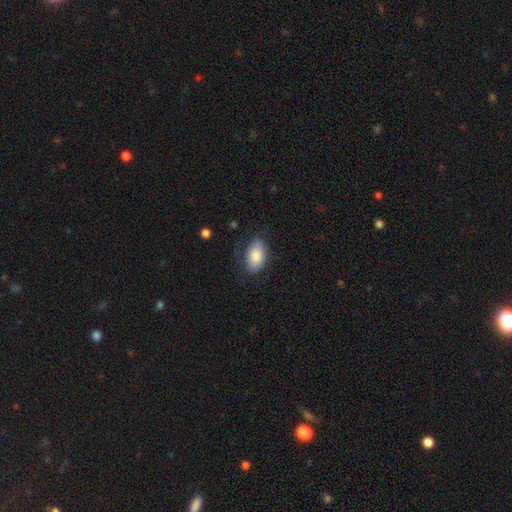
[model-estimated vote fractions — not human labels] smooth 83%, featured or disk 10%, star or artifact 7%. Down the decision tree: how rounded — in between (92%); merging — none (71%).